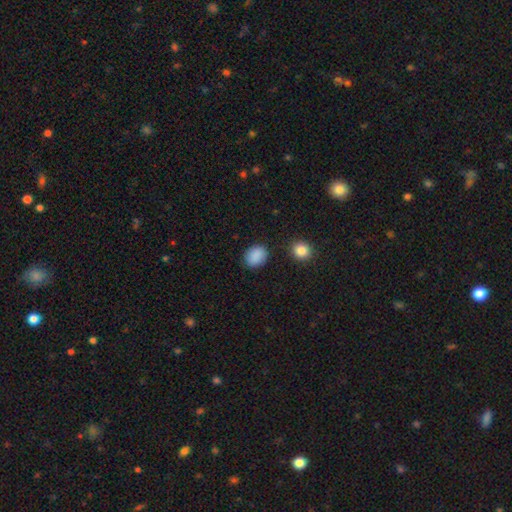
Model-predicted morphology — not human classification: smooth 89%, star or artifact 8%, featured or disk 3%. Down the decision tree: how rounded — round (49%, tied with in between); merging — none (84%).